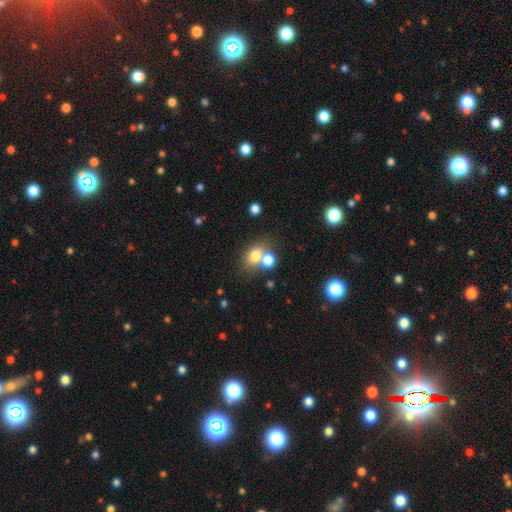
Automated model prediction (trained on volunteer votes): This appears to be a smooth galaxy with no disk features (75%) that is in between round and cigar-shaped (61%). Merging: merger (44%).